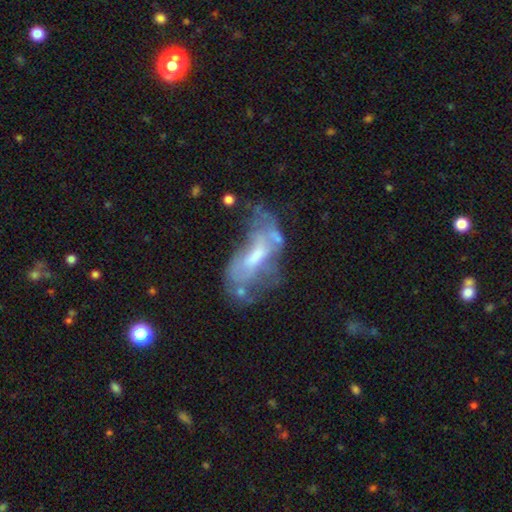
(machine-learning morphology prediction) featured or disk 60%, smooth 31%, star or artifact 10%. Down the decision tree: edge-on disk — no (90%); bar — no (46%); spiral arms — no (66%); bulge size — moderate (43%); merging — major disturbance (32%).